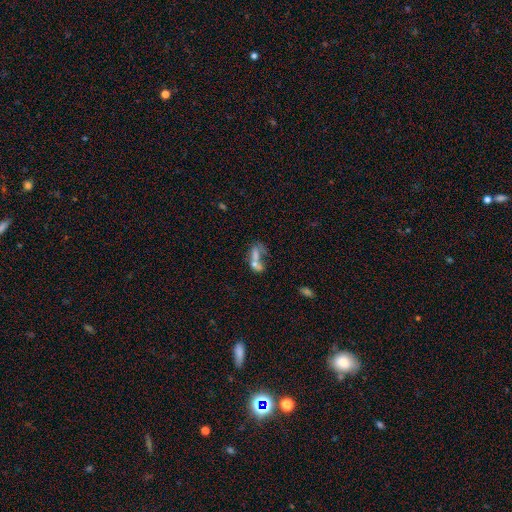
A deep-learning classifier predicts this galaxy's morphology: smooth-or-featured: smooth: 46% | featured or disk: 34% | star or artifact: 19%
  merging: merger: 55% | none: 22% | major disturbance: 13% | minor disturbance: 9%